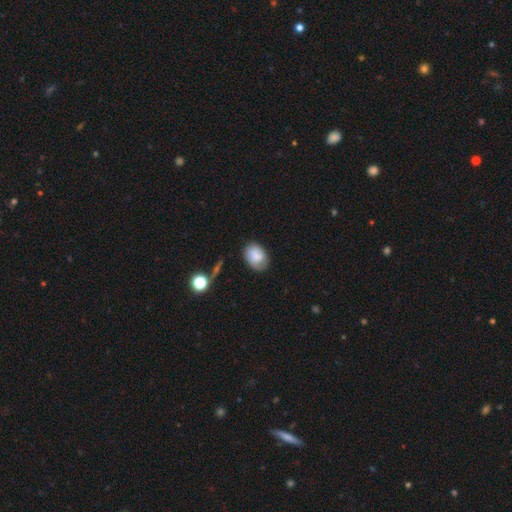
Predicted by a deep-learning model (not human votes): Morphology: type=smooth (78%); roundness=in between (77%); merging=none (70%).